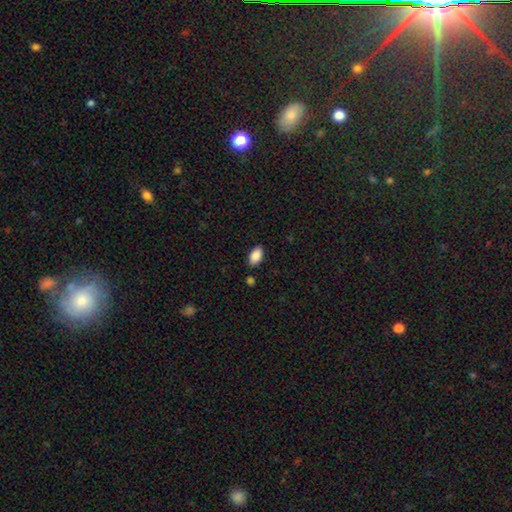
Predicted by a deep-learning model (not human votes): smooth_or_featured: smooth (p=0.89) [alt: star or artifact p=0.07]
how_rounded: in between (p=0.94) [alt: round p=0.04]
merging: none (p=0.85) [alt: minor disturbance p=0.10]